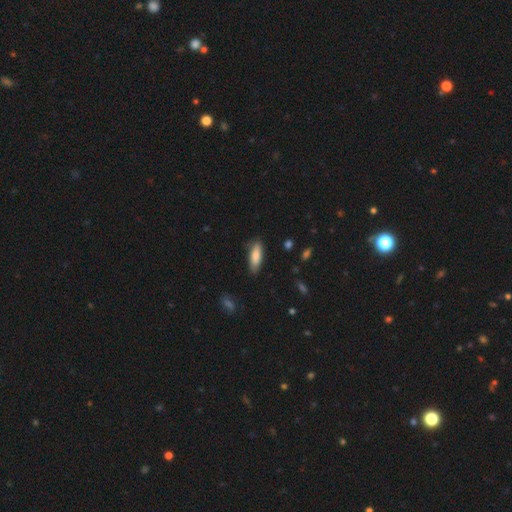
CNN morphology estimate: Smooth or featured: smooth — 82% (featured or disk — 12%)
How rounded: in between — 59% (cigar-shaped — 39%)
Merging: none — 80% (minor disturbance — 16%)